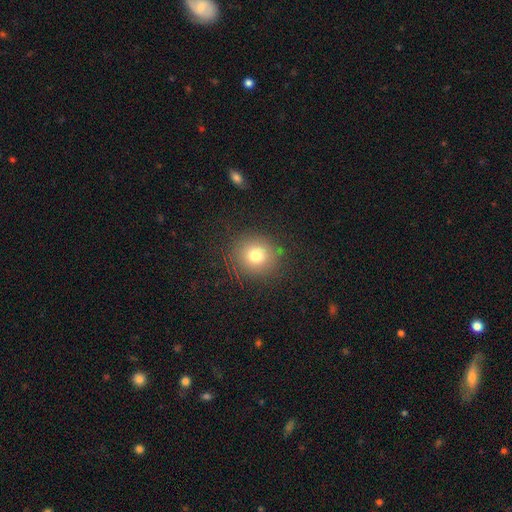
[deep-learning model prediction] smooth 75%, star or artifact 15%, featured or disk 10%. Down the decision tree: how rounded — round (87%); merging — none (86%).